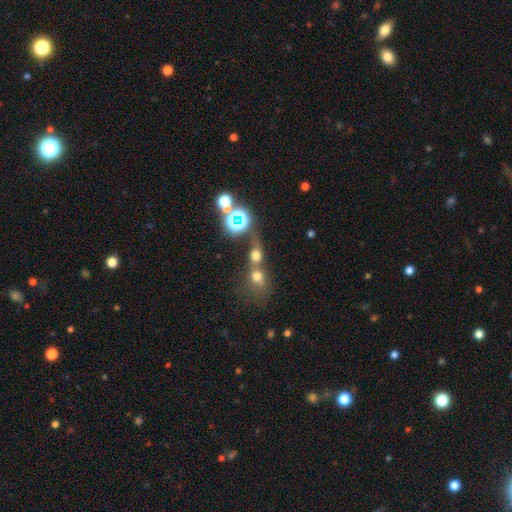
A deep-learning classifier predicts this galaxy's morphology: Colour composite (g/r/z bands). It shows a smooth galaxy with no disk features (59%) that is round (71%). Merging: merger (53%).